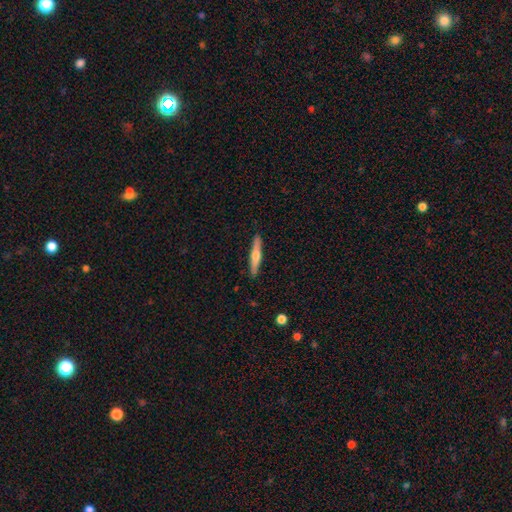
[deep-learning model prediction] Morphology: type=featured or disk (48%); merging=none (91%).